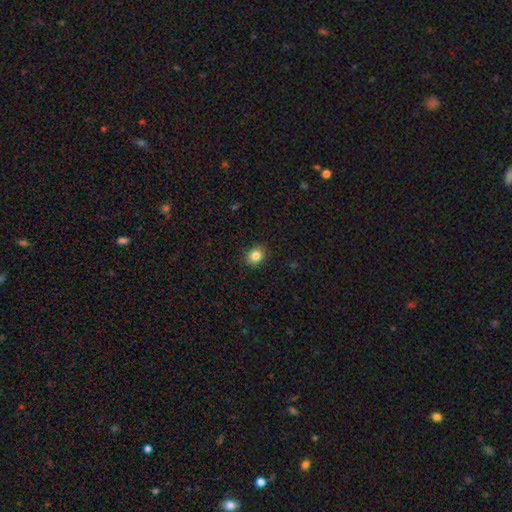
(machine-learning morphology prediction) This appears to be a smooth galaxy with no disk features (84%) that is round (63%). Merging: none (89%).